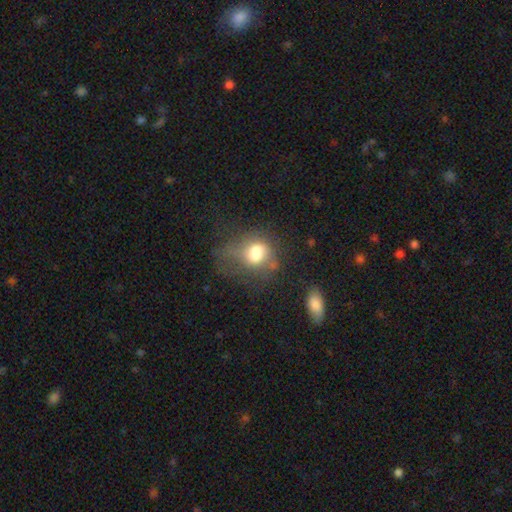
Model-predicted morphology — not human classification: This is likely a smooth galaxy (64%). How rounded: possibly in between (56%). Merging: marginally major disturbance (40%).